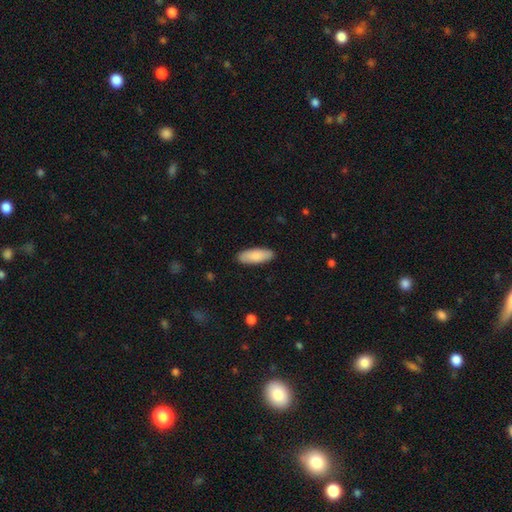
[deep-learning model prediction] smooth-or-featured: smooth: 86% | featured or disk: 8% | star or artifact: 5%
  how-rounded: in between: 72% | cigar-shaped: 26% | round: 2%
  merging: none: 89% | minor disturbance: 8% | major disturbance: 2% | merger: 1%